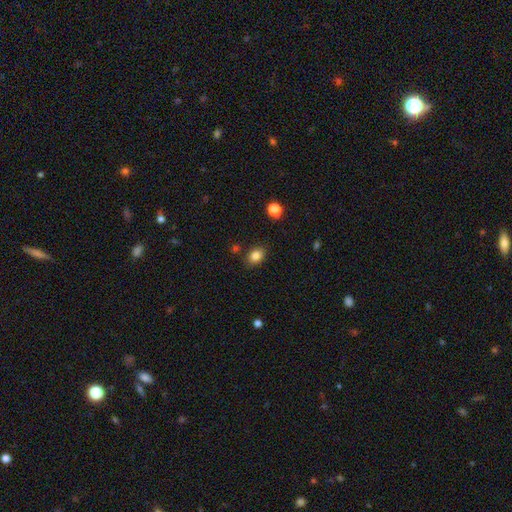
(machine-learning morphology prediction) A smooth galaxy with no disk features (84%) that is in between round and cigar-shaped (66%). Merging: none (83%).